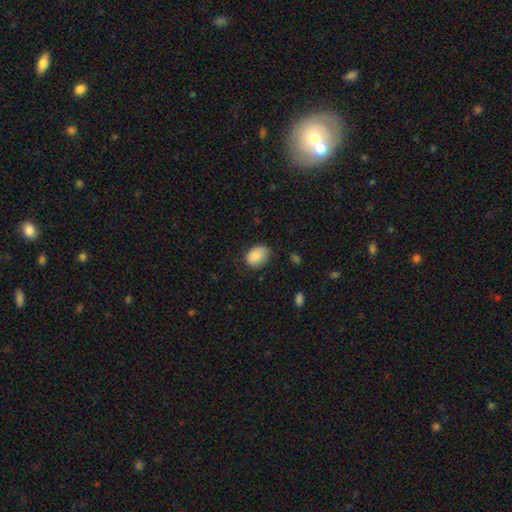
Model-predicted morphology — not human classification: Overall: smooth (87%). How rounded: in between (76%). Merging: none (68%).